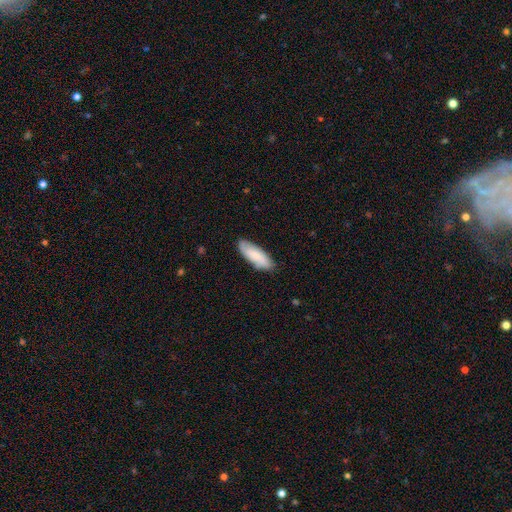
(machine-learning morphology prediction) Smooth or featured? smooth (79%)
How rounded? in between (65%)
Merging? none (84%)